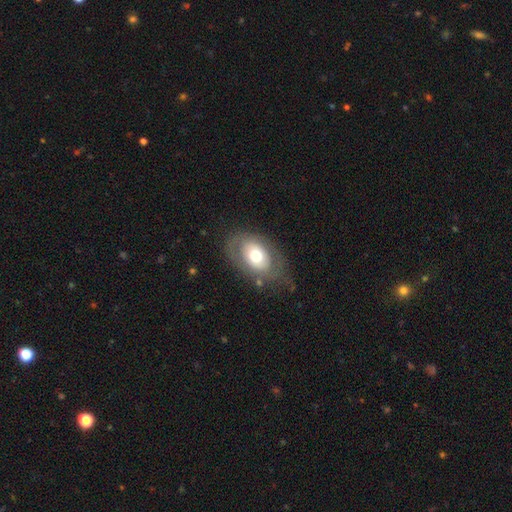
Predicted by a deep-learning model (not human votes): Q: Smooth or featured?
A: smooth (53%); runner-up: featured or disk (40%)
Q: How rounded?
A: in between (80%); runner-up: round (19%)
Q: Merging?
A: none (67%); runner-up: minor disturbance (19%)